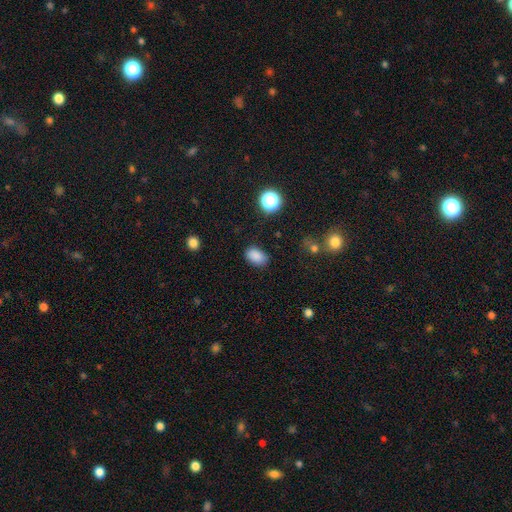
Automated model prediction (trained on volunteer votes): A smooth galaxy with no disk features (86%) that is in between round and cigar-shaped (85%). Merging: none (82%).